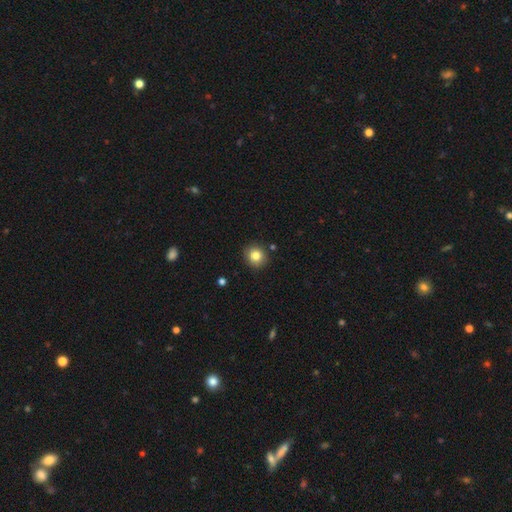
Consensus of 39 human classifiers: smooth 90%, star or artifact 8%, featured or disk 3%. Down the decision tree: how rounded — round (91%); merging — none (86%).